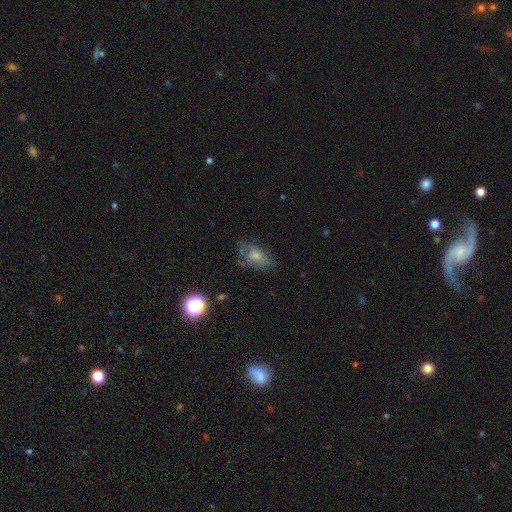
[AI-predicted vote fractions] Smooth or featured: smooth — 60% (featured or disk — 28%)
How rounded: in between — 86% (round — 11%)
Merging: none — 48% (minor disturbance — 29%)